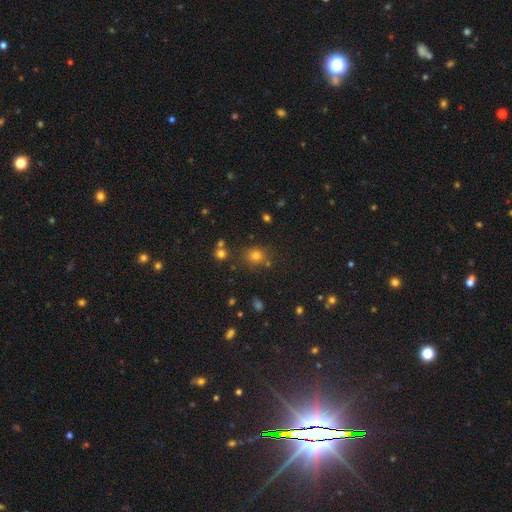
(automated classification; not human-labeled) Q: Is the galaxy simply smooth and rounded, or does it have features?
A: smooth — 72%.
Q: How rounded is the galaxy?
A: round — 75%.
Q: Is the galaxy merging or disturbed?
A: none — 75%.